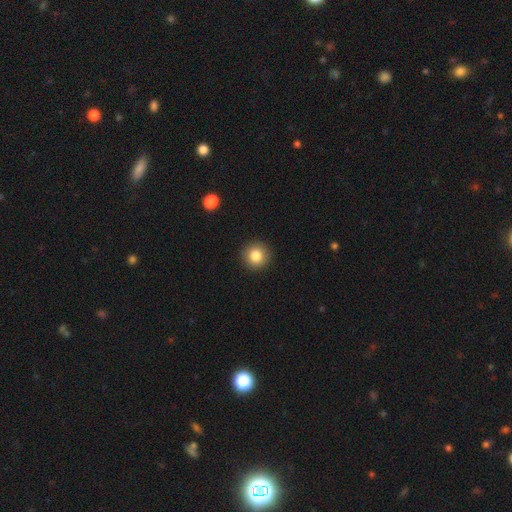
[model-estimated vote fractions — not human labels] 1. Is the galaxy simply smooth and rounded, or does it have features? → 84% smooth, 9% star or artifact, 6% featured or disk.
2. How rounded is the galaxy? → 95% round, 4% in between, 1% cigar-shaped.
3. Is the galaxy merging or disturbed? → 92% none, 5% minor disturbance, 2% major disturbance, 1% merger.